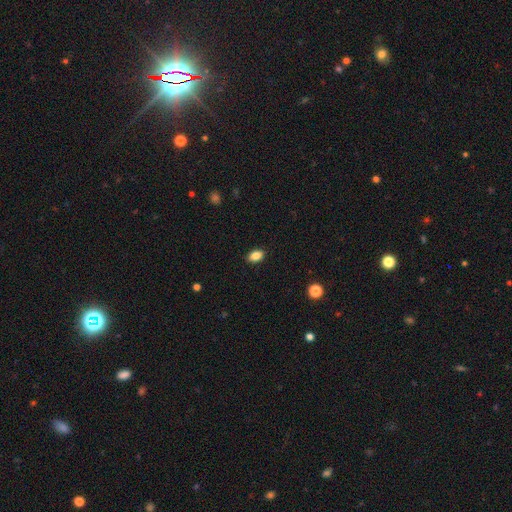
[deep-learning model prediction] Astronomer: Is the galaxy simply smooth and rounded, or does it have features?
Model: smooth — 86%.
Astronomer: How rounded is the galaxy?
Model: in between — 87%.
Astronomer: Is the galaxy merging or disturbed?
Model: none — 89%.